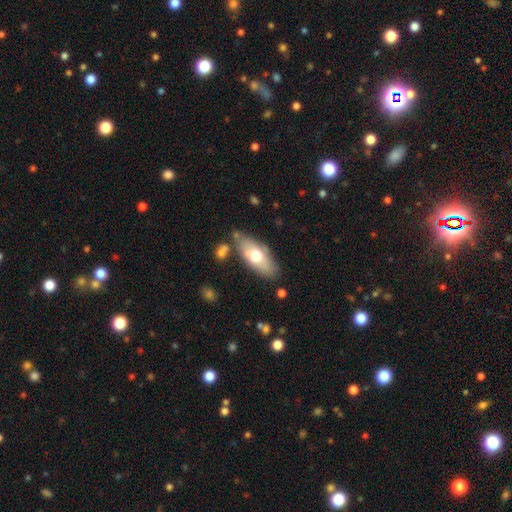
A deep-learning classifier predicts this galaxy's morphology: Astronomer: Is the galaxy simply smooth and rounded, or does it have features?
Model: smooth — 61%.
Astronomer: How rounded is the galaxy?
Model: in between — 81%.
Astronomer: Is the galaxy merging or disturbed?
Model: none — 73%.